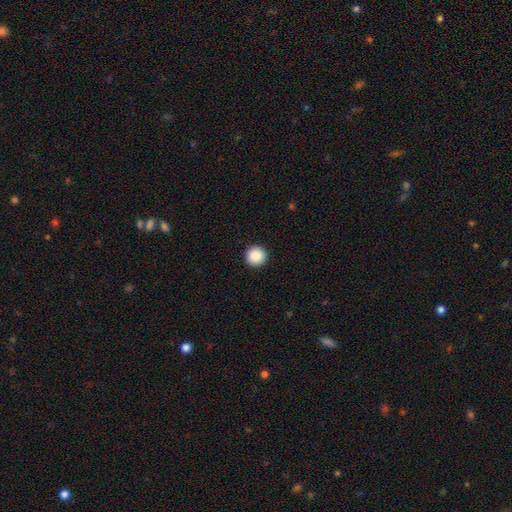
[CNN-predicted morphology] Smooth or featured? Predicted: smooth (p=0.88). How rounded? Predicted: round (p=0.96). Merging? Predicted: none (p=0.93).